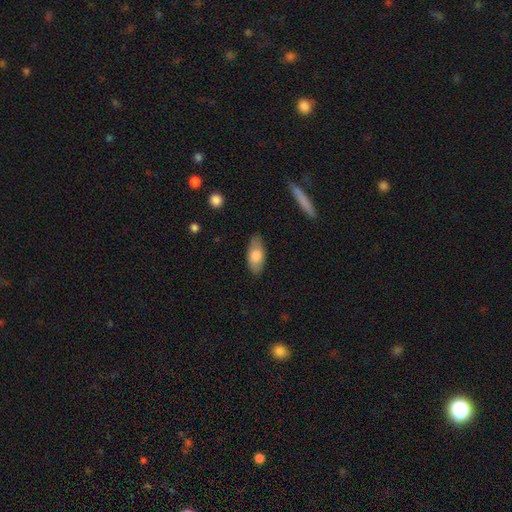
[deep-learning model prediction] smooth-or-featured: smooth: 74% | featured or disk: 20% | star or artifact: 6%
  how-rounded: in between: 89% | cigar-shaped: 8% | round: 3%
  merging: none: 84% | minor disturbance: 12% | major disturbance: 3% | merger: 1%